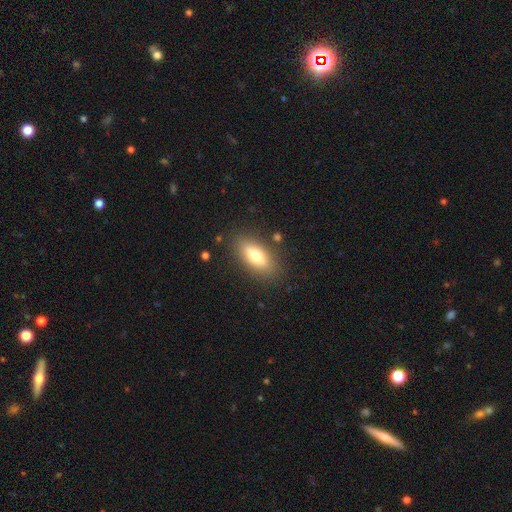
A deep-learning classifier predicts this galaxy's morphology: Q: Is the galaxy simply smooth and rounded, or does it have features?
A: smooth — 74%.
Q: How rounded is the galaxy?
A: in between — 76%.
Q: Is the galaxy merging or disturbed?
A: none — 86%.